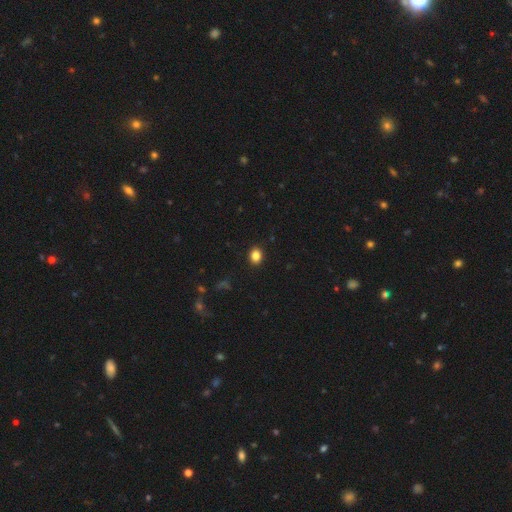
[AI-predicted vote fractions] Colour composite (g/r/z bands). It shows a smooth galaxy with no disk features (85%) that is round (53%). Merging: none (91%).